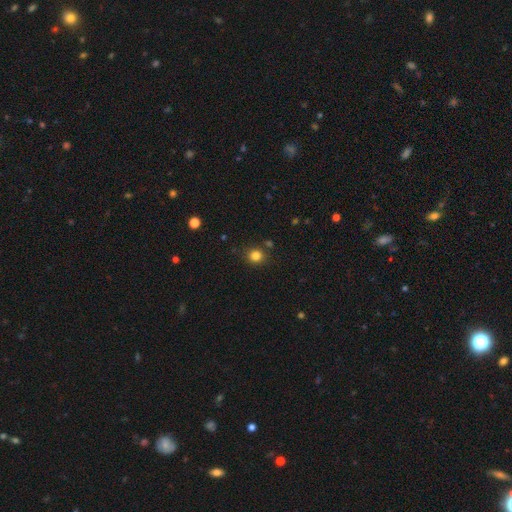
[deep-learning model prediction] smooth 82%, star or artifact 13%, featured or disk 5%. Down the decision tree: how rounded — round (84%); merging — none (84%).